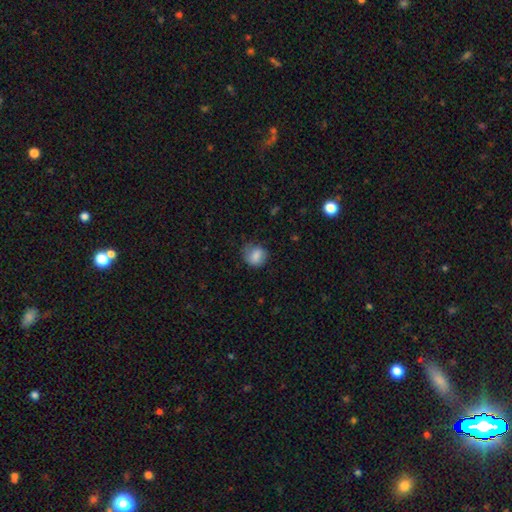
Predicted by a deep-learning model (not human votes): Morphology: type=smooth (80%); roundness=round (73%); merging=none (66%).